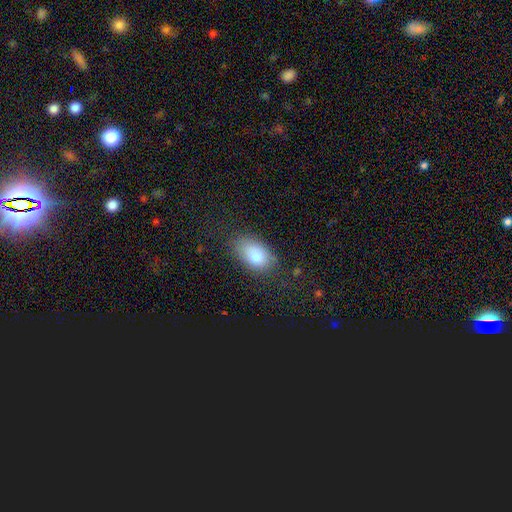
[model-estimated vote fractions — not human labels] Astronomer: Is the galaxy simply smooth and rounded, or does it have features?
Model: smooth — 83%.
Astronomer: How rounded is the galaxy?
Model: in between — 90%.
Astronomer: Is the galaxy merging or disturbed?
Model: none — 70%.